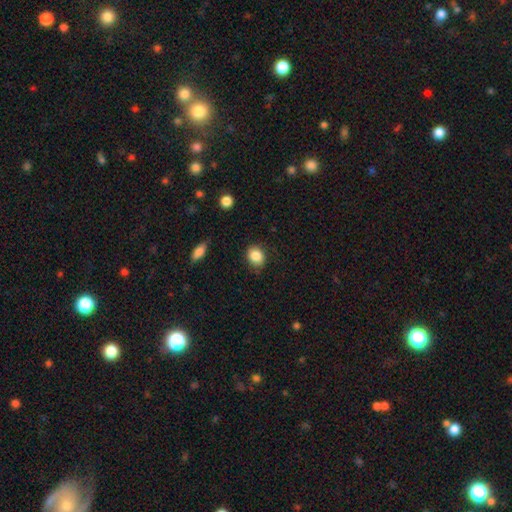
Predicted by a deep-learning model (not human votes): smooth_or_featured: smooth (p=0.87) [alt: star or artifact p=0.09]
how_rounded: round (p=0.53) [alt: in between p=0.46]
merging: none (p=0.80) [alt: minor disturbance p=0.16]